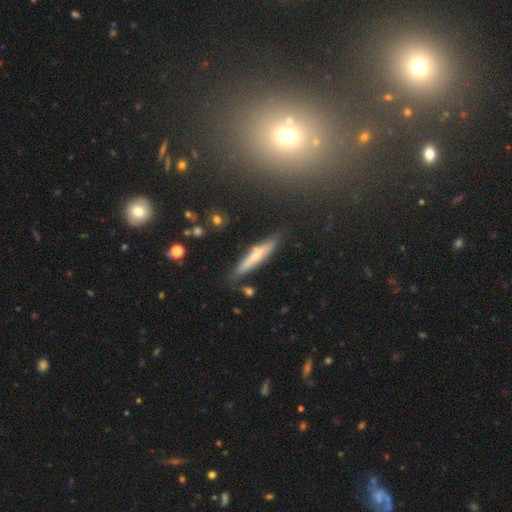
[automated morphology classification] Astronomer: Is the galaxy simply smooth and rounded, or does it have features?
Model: featured or disk — 51% (runner-up: smooth, 41%).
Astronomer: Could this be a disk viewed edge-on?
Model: yes — 88%.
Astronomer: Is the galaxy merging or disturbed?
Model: none — 78%.